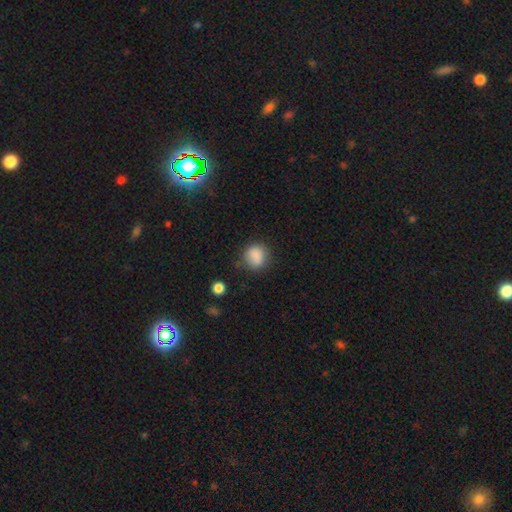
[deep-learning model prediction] smooth_or_featured: smooth (p=0.85) [alt: star or artifact p=0.09]
how_rounded: round (p=0.73) [alt: in between p=0.26]
merging: none (p=0.73) [alt: minor disturbance p=0.19]